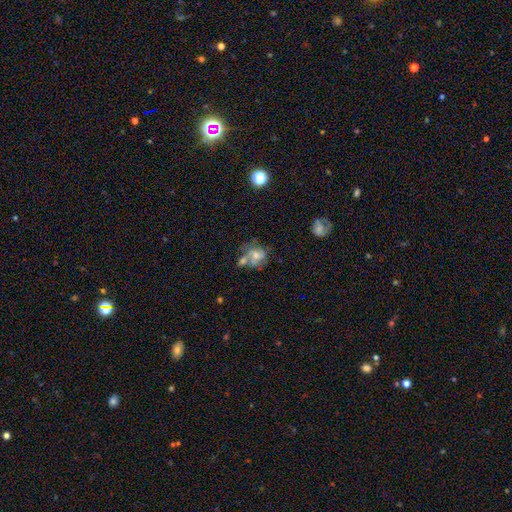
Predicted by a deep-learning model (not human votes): Smooth or featured? smooth (47%)
Merging? merger (40%)